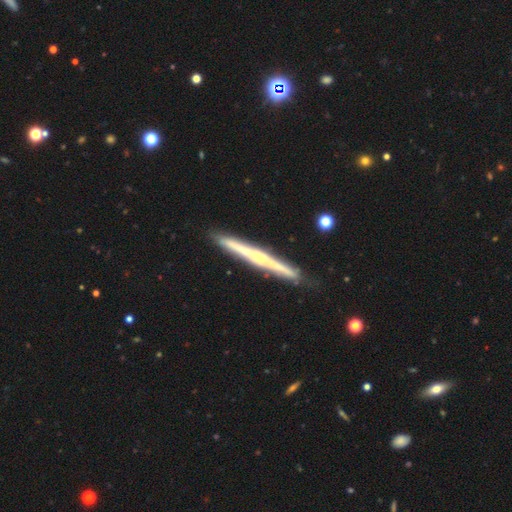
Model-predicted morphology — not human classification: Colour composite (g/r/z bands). It shows a featured or disk galaxy (72%) viewed edge-on (97%) with no central bulge (53%). Merging: none (88%).